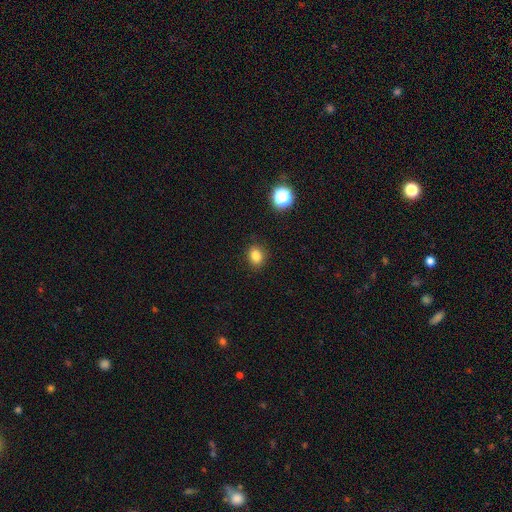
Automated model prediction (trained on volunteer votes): A smooth galaxy with no disk features (82%) that is round (51%).

Vote fractions:
- Smooth or featured? smooth: 82% / star or artifact: 13% / featured or disk: 5%
- How rounded? round: 51% / in between: 48% / cigar-shaped: 1%
- Merging? none: 88% / minor disturbance: 8% / major disturbance: 2% / merger: 1%